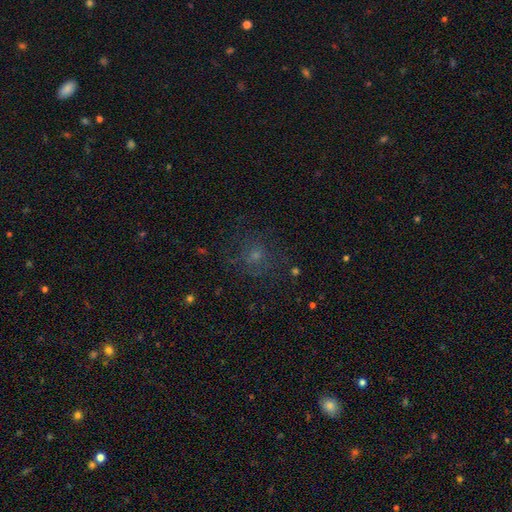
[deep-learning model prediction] Morphology: type=smooth (41%); merging=none (70%).